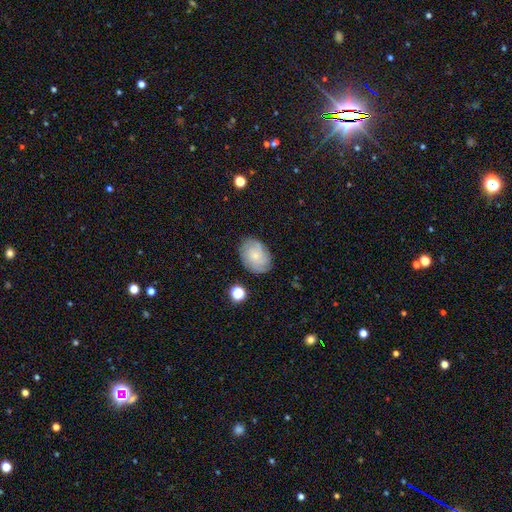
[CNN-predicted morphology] Overall: featured or disk (48%; smooth 42%). Merging: none (80%).